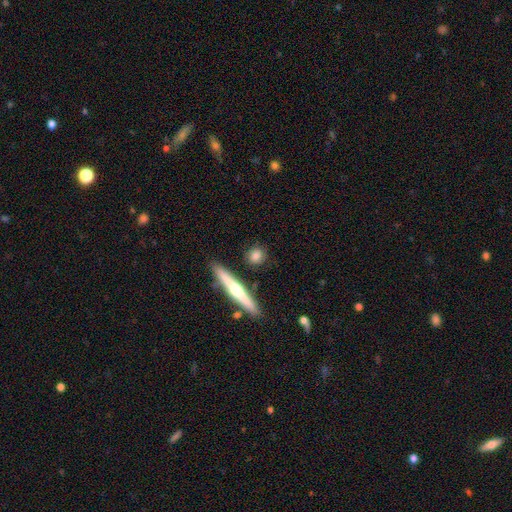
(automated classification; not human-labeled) A smooth galaxy with no disk features (71%) that is round (55%). Merging: none (85%).